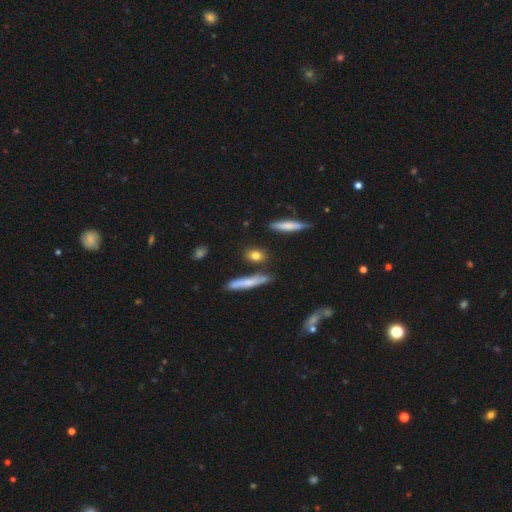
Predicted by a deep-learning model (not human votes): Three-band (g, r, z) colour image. It shows a smooth galaxy with no disk features (75%) that is in between round and cigar-shaped (42%). Merging: none (78%).